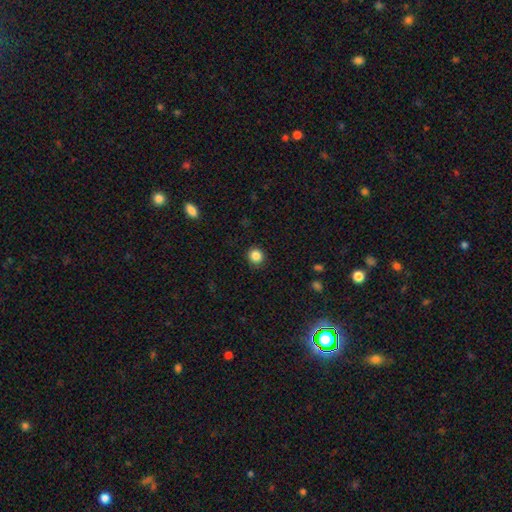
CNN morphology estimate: The model was most divided on "smooth or featured": smooth: 85%, star or artifact: 11%, featured or disk: 4%. More confident: how rounded — round (90%); merging — none (89%).